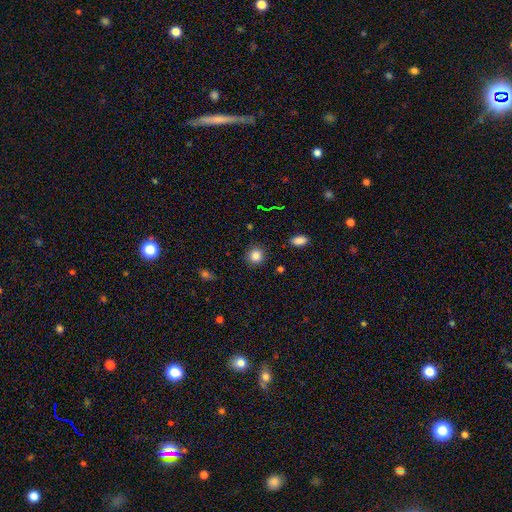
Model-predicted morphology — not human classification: smooth_or_featured: smooth (p=0.85) [alt: star or artifact p=0.11]
how_rounded: round (p=0.90) [alt: in between p=0.09]
merging: none (p=0.89) [alt: minor disturbance p=0.07]